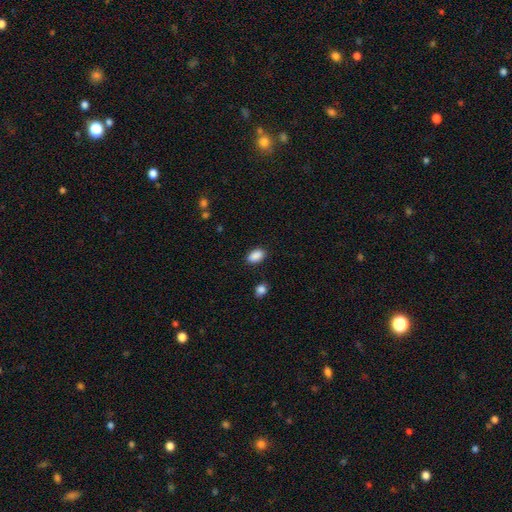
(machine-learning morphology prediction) Smooth or featured? smooth (89%)
How rounded? in between (89%)
Merging? none (86%)